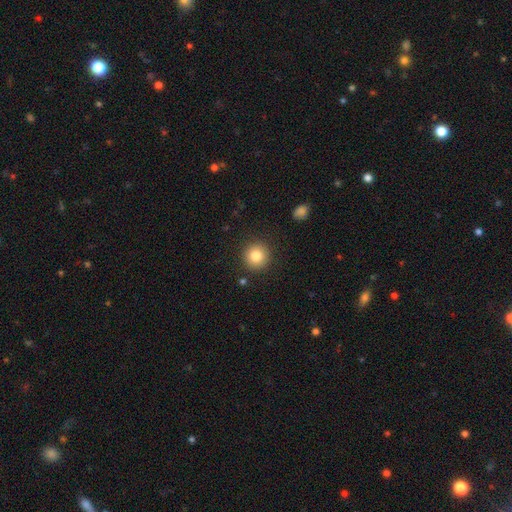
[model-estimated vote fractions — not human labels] A smooth galaxy with no disk features (83%) that is round (94%). Merging: none (89%).